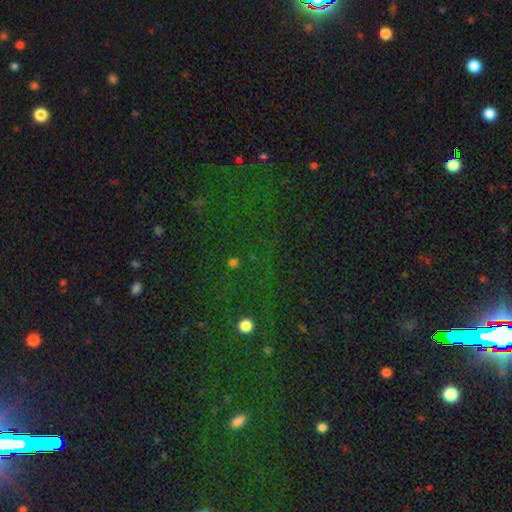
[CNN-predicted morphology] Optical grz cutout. It shows a star or artifact, not a galaxy (74%).